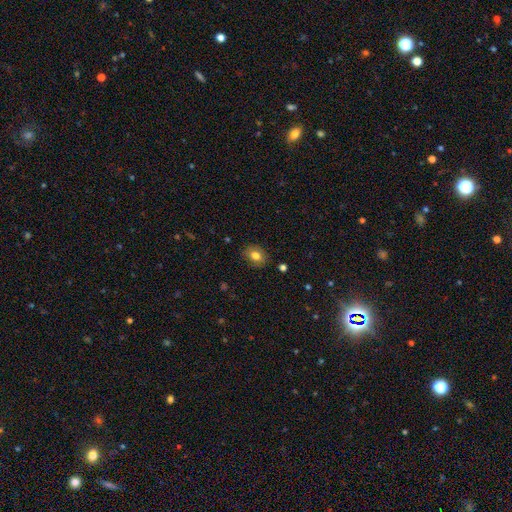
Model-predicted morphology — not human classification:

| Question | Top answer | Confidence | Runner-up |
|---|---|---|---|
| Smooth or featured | smooth | 79% | featured or disk (11%) |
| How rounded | in between | 58% | round (41%) |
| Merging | none | 85% | minor disturbance (11%) |